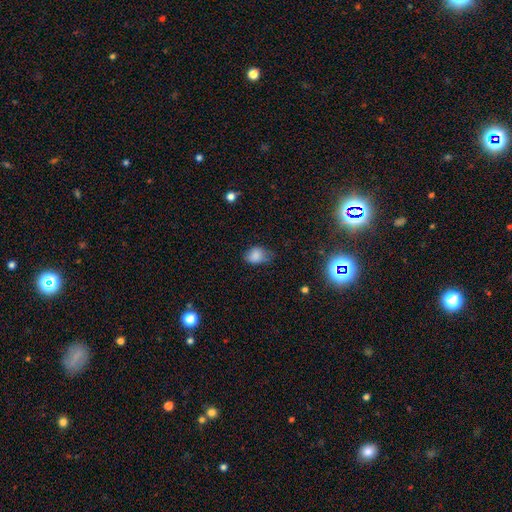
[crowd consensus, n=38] Q: Smooth or featured?
A: smooth (92%); runner-up: star or artifact (5%)
Q: How rounded?
A: in between (60%); runner-up: round (40%)
Q: Merging?
A: none (44%); tied with: minor disturbance (44%)